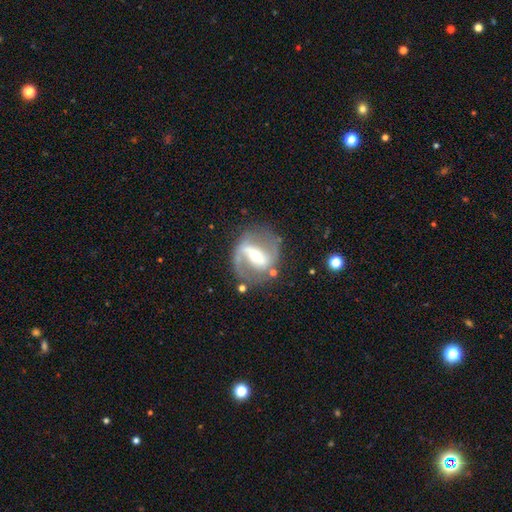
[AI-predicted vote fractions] Q: Smooth or featured?
A: featured or disk (86%); runner-up: smooth (8%)
Q: Edge-on disk?
A: no (96%); runner-up: yes (4%)
Q: Bar?
A: strong (58%); runner-up: weak (27%)
Q: Spiral arms?
A: yes (90%); runner-up: no (10%)
Q: Spiral winding?
A: medium (50%); runner-up: loose (31%)
Q: Spiral arm count?
A: 2 (85%); runner-up: 1 (7%)
Q: Bulge size?
A: small (48%); runner-up: moderate (46%)
Q: Merging?
A: none (74%); runner-up: minor disturbance (14%)